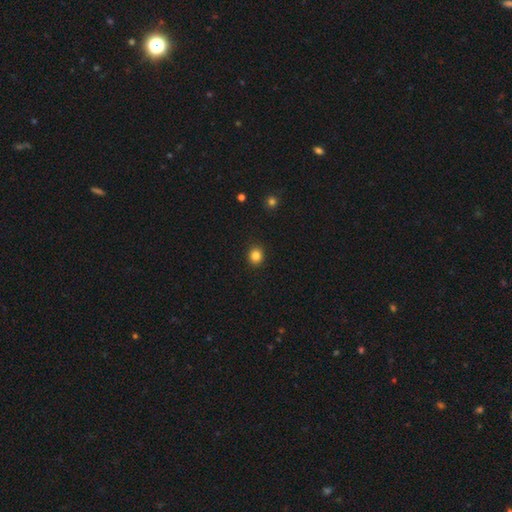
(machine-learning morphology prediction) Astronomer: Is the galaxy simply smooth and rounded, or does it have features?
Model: smooth — 84%.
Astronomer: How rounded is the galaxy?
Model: round — 79%.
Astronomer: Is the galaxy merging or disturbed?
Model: none — 91%.